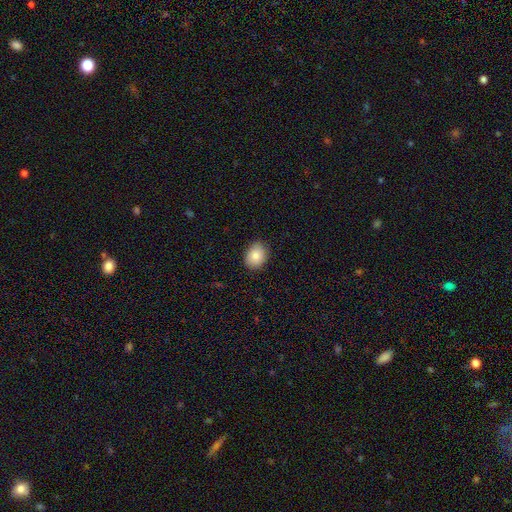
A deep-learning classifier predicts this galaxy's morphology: smooth_or_featured: smooth (p=0.85) [alt: star or artifact p=0.08]
how_rounded: in between (p=0.53) [alt: round p=0.46]
merging: none (p=0.86) [alt: minor disturbance p=0.11]